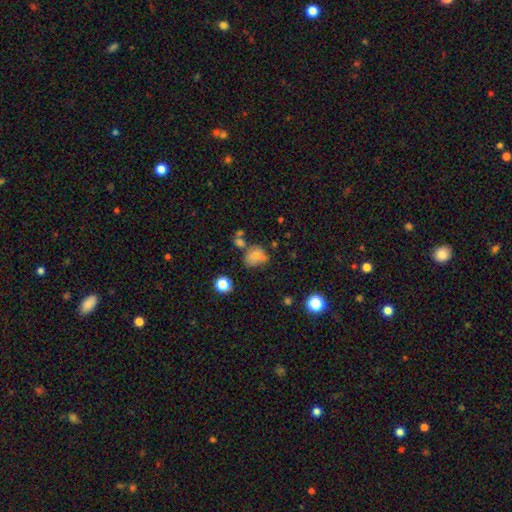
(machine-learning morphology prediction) Smooth or featured?
  - smooth: 71% *
  - featured or disk: 15%
  - star or artifact: 14%
How rounded?
  - round: 60% *
  - in between: 38%
  - cigar-shaped: 1%
Merging?
  - none: 47% *
  - minor disturbance: 23%
  - merger: 19%
  - major disturbance: 11%